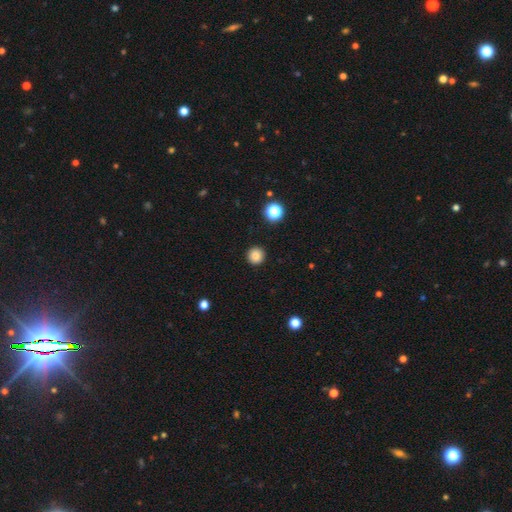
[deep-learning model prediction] This appears to be a smooth galaxy with no disk features (84%) that is round (95%). Merging: none (92%).